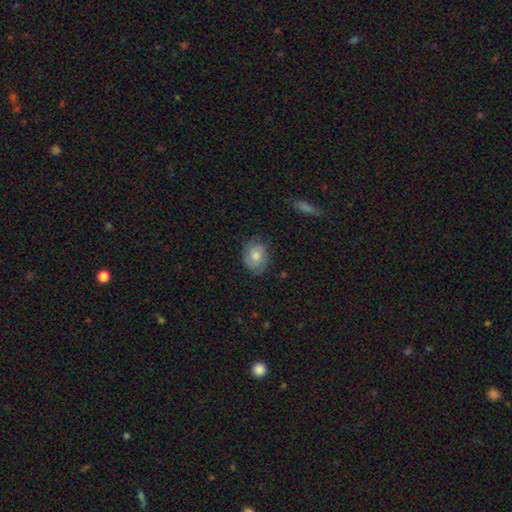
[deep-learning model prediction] Morphology: type=smooth (58%); roundness=round (55%); merging=none (75%).